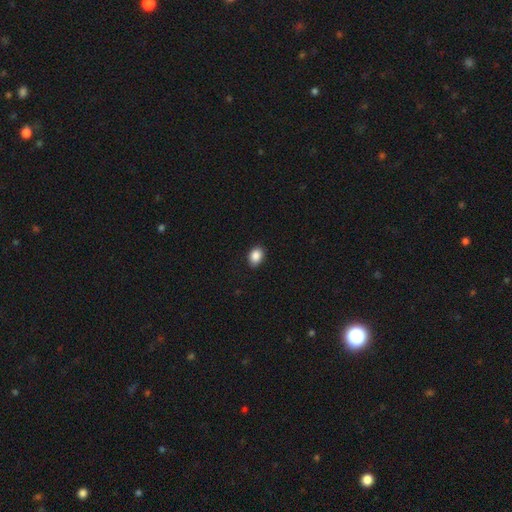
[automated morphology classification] Smooth or featured?
  - smooth: 88% *
  - star or artifact: 8%
  - featured or disk: 4%
How rounded?
  - in between: 71% *
  - round: 28%
  - cigar-shaped: 1%
Merging?
  - none: 86% *
  - minor disturbance: 11%
  - major disturbance: 2%
  - merger: 1%